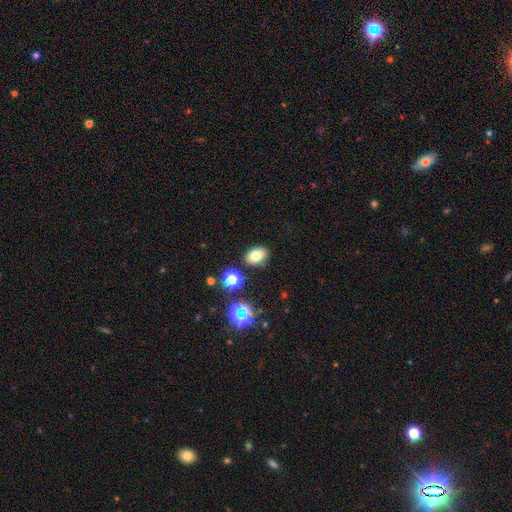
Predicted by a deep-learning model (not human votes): Overall: smooth (76%). How rounded: in between (78%). Merging: none (84%).